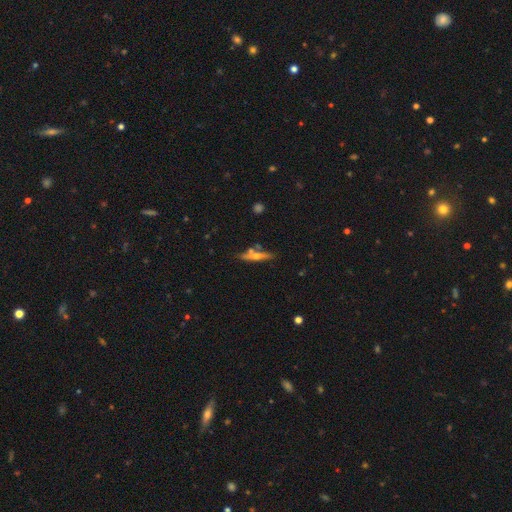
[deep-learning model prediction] Smooth or featured? Predicted: featured or disk (p=0.57). Edge-on disk? Predicted: yes (p=0.90). Edge-on bulge? Predicted: rounded (p=0.88). Merging? Predicted: none (p=0.67).